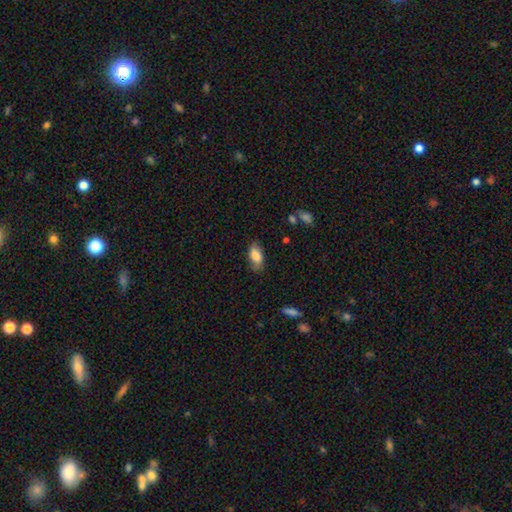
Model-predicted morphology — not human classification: Smooth or featured? Predicted: smooth (p=0.80). How rounded? Predicted: in between (p=0.91). Merging? Predicted: none (p=0.80).